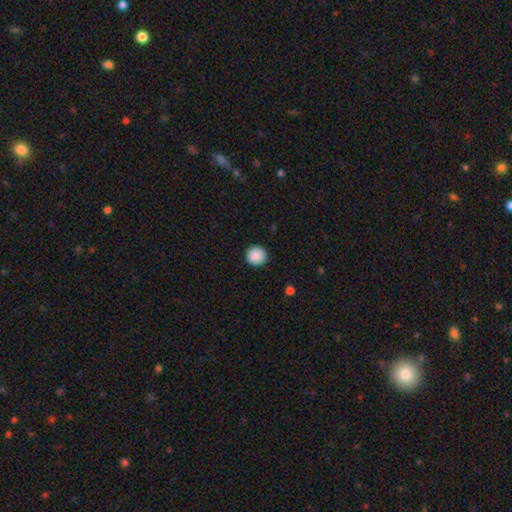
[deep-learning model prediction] This is clearly a smooth galaxy (90%). How rounded: clearly round (94%). Merging: clearly none (92%).